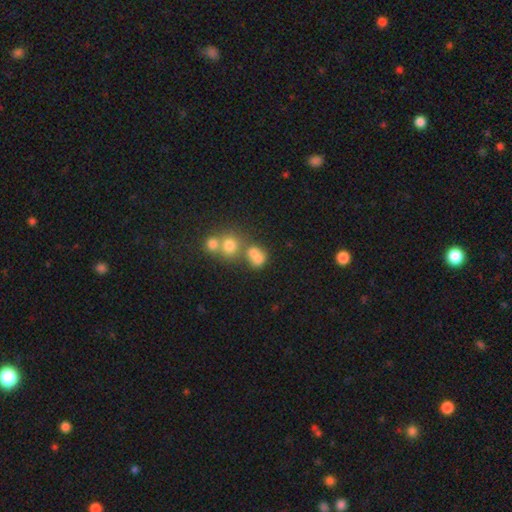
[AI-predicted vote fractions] smooth-or-featured: smooth: 68% | featured or disk: 16% | star or artifact: 16%
  how-rounded: round: 67% | in between: 32% | cigar-shaped: 1%
  merging: merger: 50% | none: 35% | minor disturbance: 9% | major disturbance: 6%